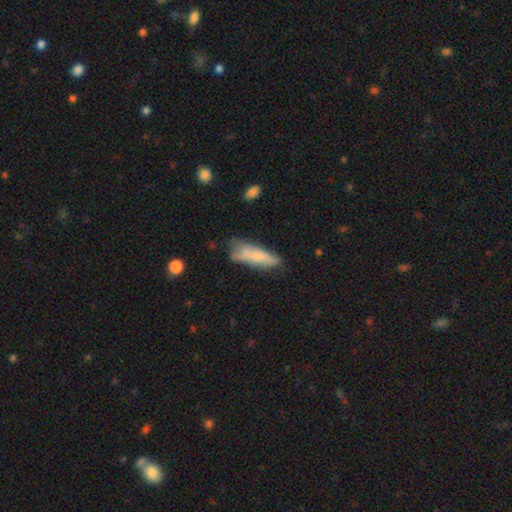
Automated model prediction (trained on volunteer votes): A smooth galaxy with no disk features (64%) that is cigar-shaped (53%). Merging: none (47%).